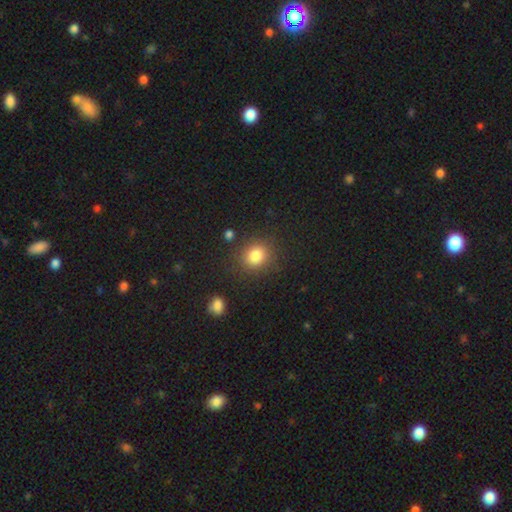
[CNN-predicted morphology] The model was most divided on "how rounded": round: 71%, in between: 28%, cigar-shaped: 1%. More confident: merging — none (83%); smooth or featured — smooth (83%).